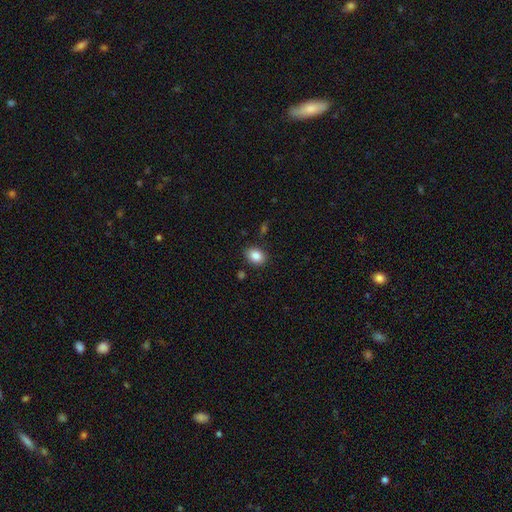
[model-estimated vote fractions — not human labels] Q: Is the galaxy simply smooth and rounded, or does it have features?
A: smooth — 86%.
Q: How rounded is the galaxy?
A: in between — 60%.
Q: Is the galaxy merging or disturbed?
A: none — 84%.